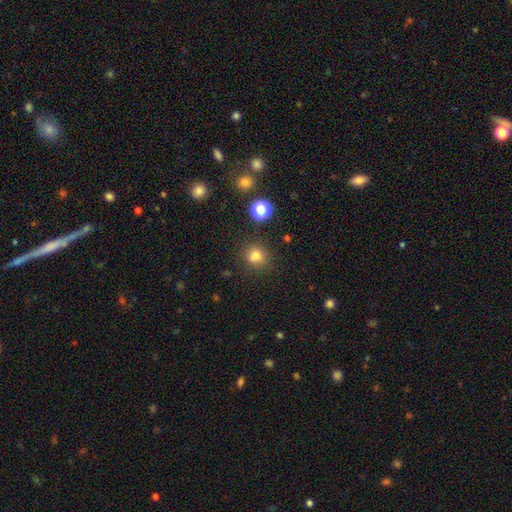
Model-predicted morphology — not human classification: The model was most divided on "how rounded": round: 78%, in between: 21%, cigar-shaped: 1%. More confident: smooth or featured — smooth (78%); merging — none (76%).